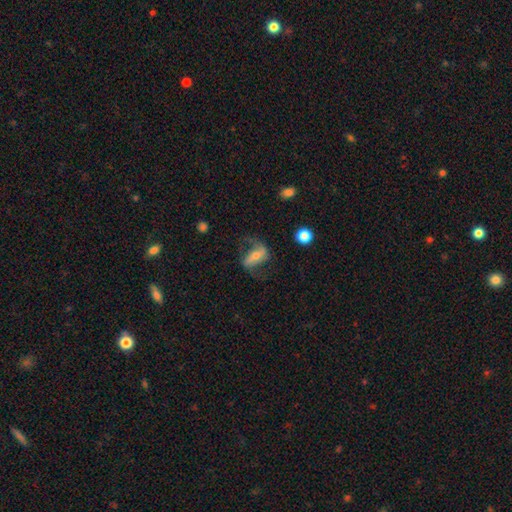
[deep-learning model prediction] Overall: featured or disk (68%). Edge-on disk: no (91%). Bar: strong (51%; weak 27%). Spiral arms: yes (85%). Spiral arm count: 2 (87%). Spiral winding: loose (60%; medium 31%). Bulge size: small (45%; moderate 43%). Merging: none (63%).